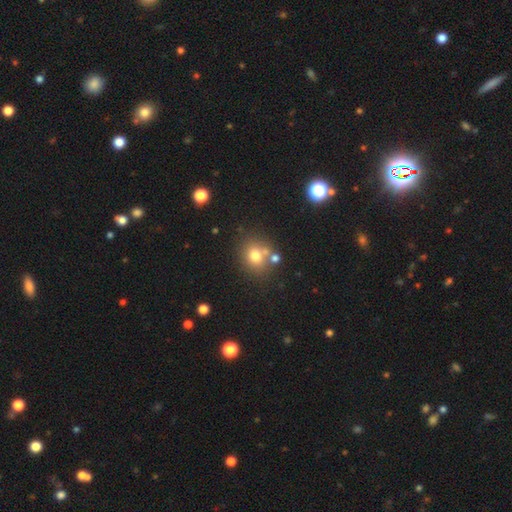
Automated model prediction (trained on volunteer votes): Q: Smooth or featured?
A: smooth (73%); runner-up: star or artifact (15%)
Q: How rounded?
A: round (70%); runner-up: in between (29%)
Q: Merging?
A: none (65%); runner-up: merger (18%)